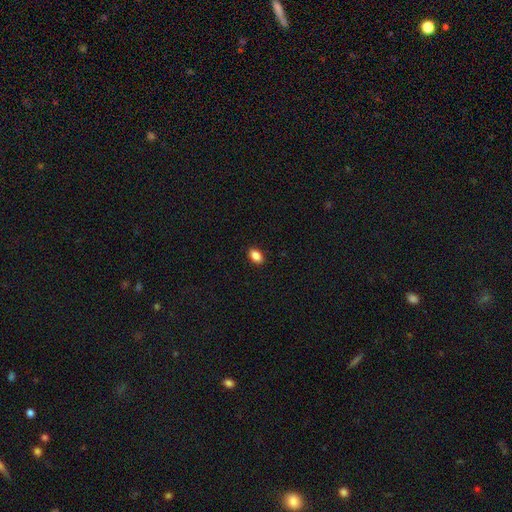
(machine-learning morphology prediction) smooth-or-featured: smooth: 88% | star or artifact: 9% | featured or disk: 4%
  how-rounded: in between: 88% | round: 11% | cigar-shaped: 2%
  merging: none: 90% | minor disturbance: 7% | major disturbance: 2% | merger: 1%